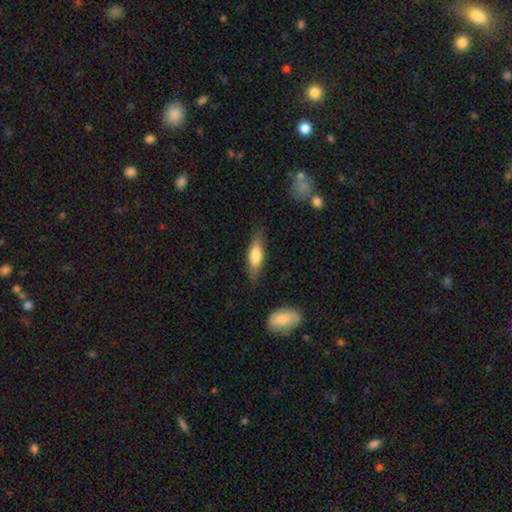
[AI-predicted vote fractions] A smooth galaxy with no disk features (62%) that is cigar-shaped (54%). Merging: none (81%).